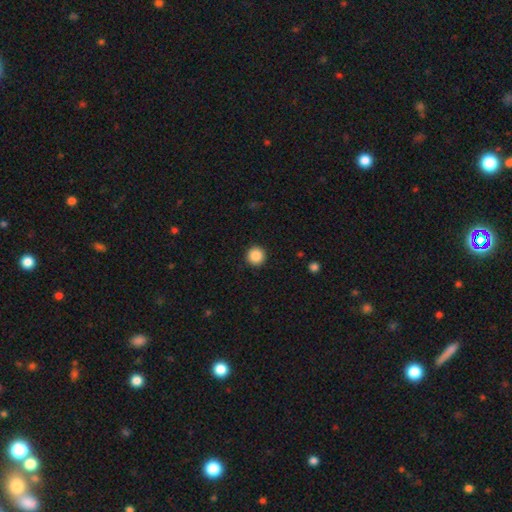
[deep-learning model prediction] This is clearly a smooth galaxy (87%). How rounded: clearly round (96%). Merging: clearly none (93%).